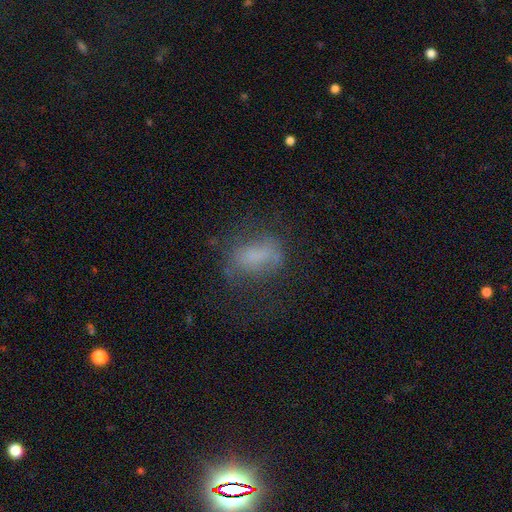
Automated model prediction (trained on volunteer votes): A smooth galaxy with no disk features (57%) that is in between round and cigar-shaped (78%). Merging: none (48%).